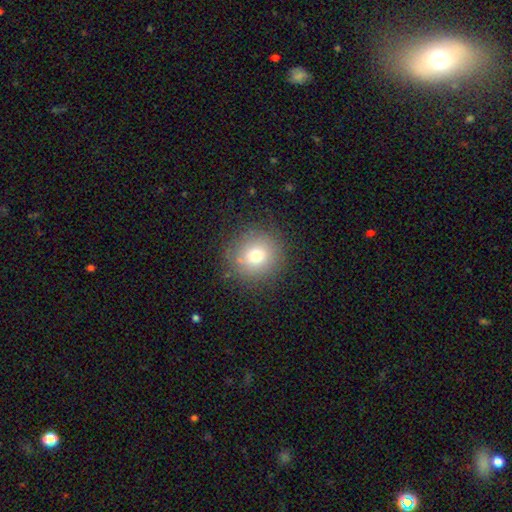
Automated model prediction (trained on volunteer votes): Smooth or featured: smooth — 73% (star or artifact — 14%)
How rounded: round — 92% (in between — 7%)
Merging: none — 85% (minor disturbance — 9%)